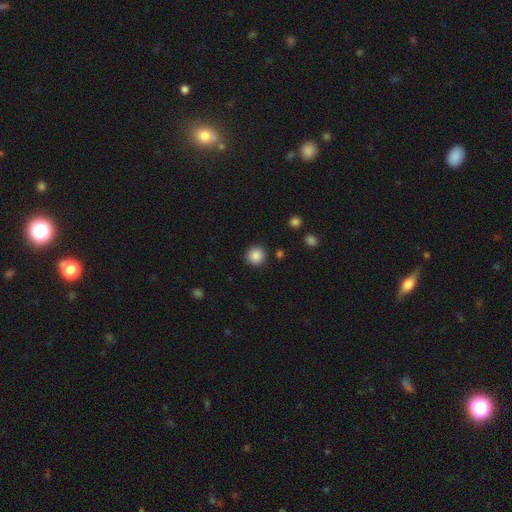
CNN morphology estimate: smooth_or_featured: smooth (p=0.87) [alt: star or artifact p=0.10]
how_rounded: round (p=0.94) [alt: in between p=0.05]
merging: none (p=0.90) [alt: minor disturbance p=0.06]